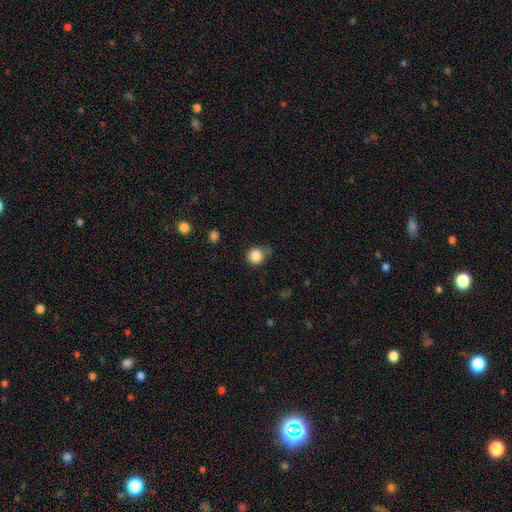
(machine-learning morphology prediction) Smooth or featured?
  - smooth: 85% *
  - star or artifact: 10%
  - featured or disk: 5%
How rounded?
  - round: 88% *
  - in between: 11%
  - cigar-shaped: 1%
Merging?
  - none: 69% *
  - minor disturbance: 22%
  - major disturbance: 5%
  - merger: 3%